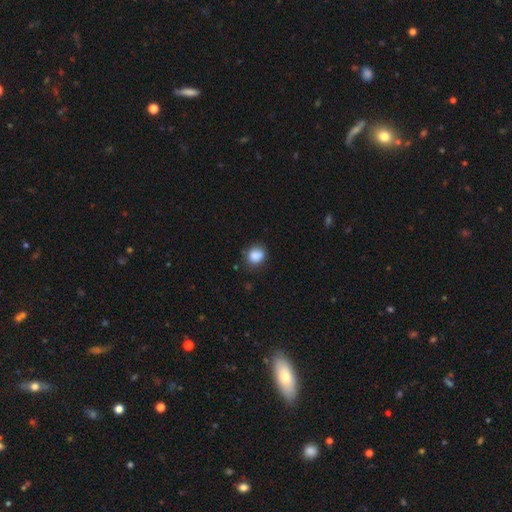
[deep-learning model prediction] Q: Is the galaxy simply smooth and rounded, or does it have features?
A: smooth — 85%.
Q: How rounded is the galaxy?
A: round — 67%.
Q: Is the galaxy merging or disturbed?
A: none — 70%.